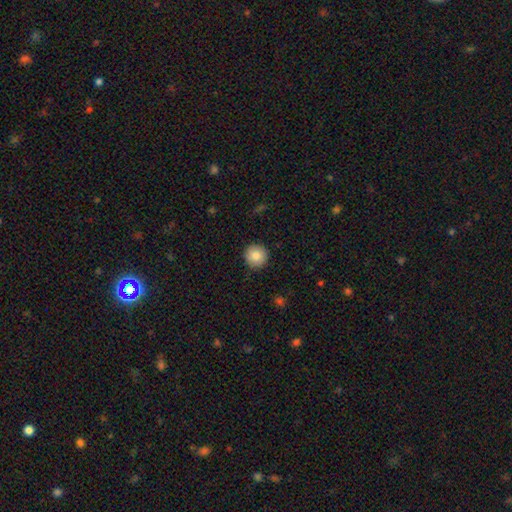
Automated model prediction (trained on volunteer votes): A smooth galaxy with no disk features (84%) that is round (96%).

Vote fractions:
- Smooth or featured? smooth: 84% / star or artifact: 8% / featured or disk: 7%
- How rounded? round: 96% / in between: 3% / cigar-shaped: 1%
- Merging? none: 91% / minor disturbance: 6% / major disturbance: 2% / merger: 1%